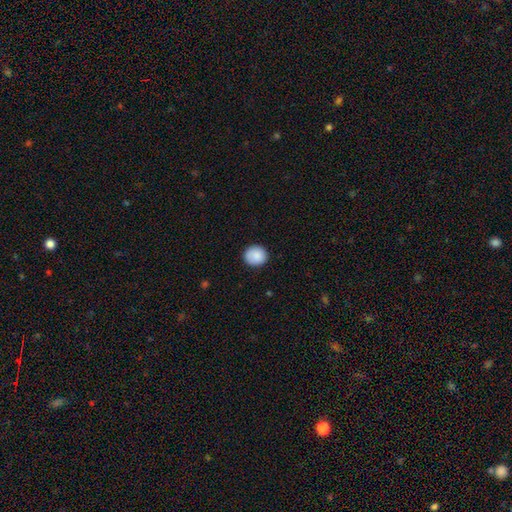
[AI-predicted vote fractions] Smooth or featured?
  - smooth: 88% *
  - star or artifact: 7%
  - featured or disk: 5%
How rounded?
  - round: 85% *
  - in between: 15%
  - cigar-shaped: 1%
Merging?
  - none: 88% *
  - minor disturbance: 9%
  - major disturbance: 2%
  - merger: 1%